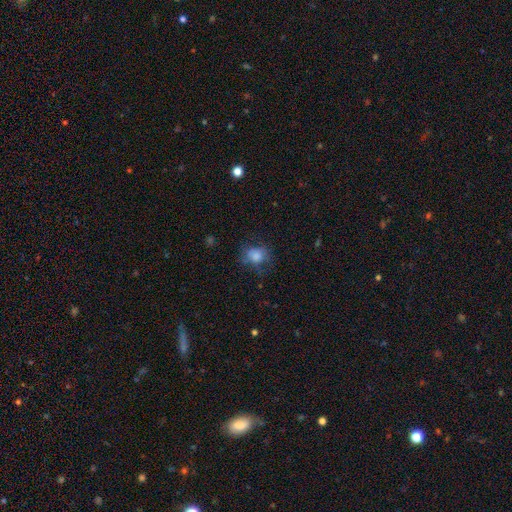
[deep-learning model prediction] smooth_or_featured: smooth (p=0.78) [alt: featured or disk p=0.12]
how_rounded: round (p=0.67) [alt: in between p=0.32]
merging: none (p=0.59) [alt: minor disturbance p=0.24]